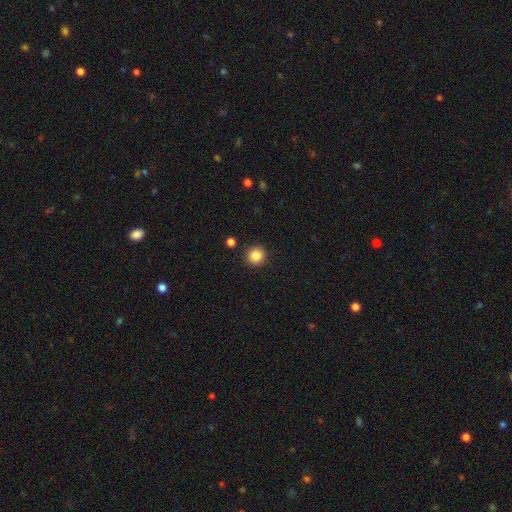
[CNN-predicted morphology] The model was most divided on "smooth or featured": smooth: 86%, star or artifact: 10%, featured or disk: 4%. More confident: how rounded — round (95%); merging — none (91%).